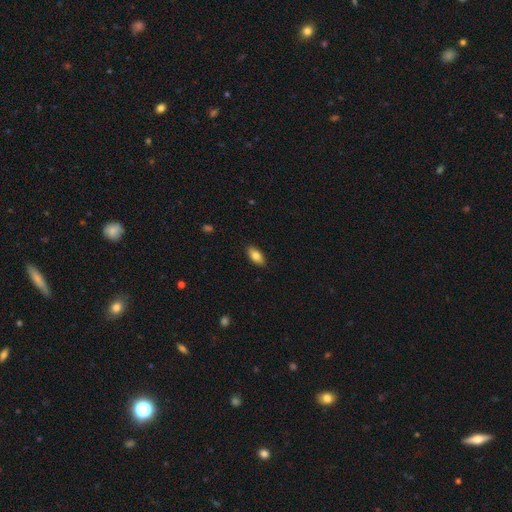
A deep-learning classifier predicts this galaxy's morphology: smooth_or_featured: smooth (p=0.82) [alt: featured or disk p=0.12]
how_rounded: in between (p=0.90) [alt: cigar-shaped p=0.08]
merging: none (p=0.88) [alt: minor disturbance p=0.09]